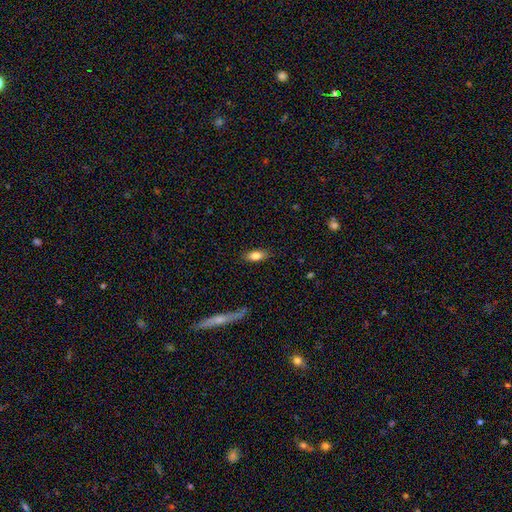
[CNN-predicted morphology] This is likely a smooth galaxy (80%). How rounded: clearly in between (82%). Merging: clearly none (86%).